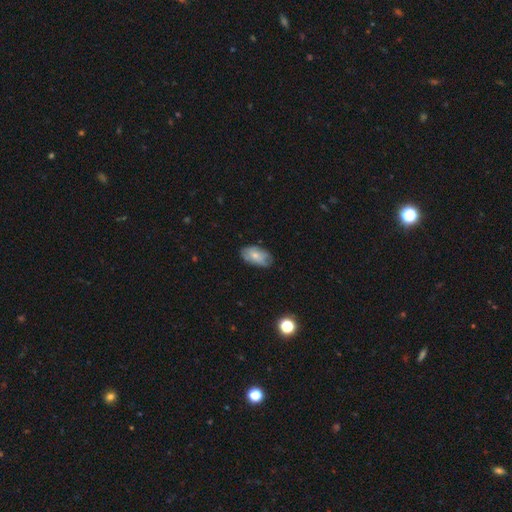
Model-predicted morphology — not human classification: Smooth or featured: smooth — 65% (featured or disk — 27%)
How rounded: in between — 93% (round — 5%)
Merging: none — 70% (minor disturbance — 24%)